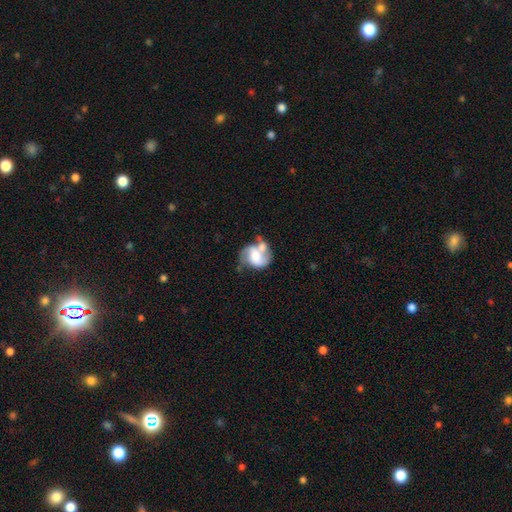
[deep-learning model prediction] Smooth or featured? featured or disk (64%)
Edge-on disk? no (97%)
Bar? no (52%)
Spiral arms? yes (81%)
Spiral winding? medium (45%)
Spiral arm count? 2 (78%)
Bulge size? moderate (52%)
Merging? merger (36%)